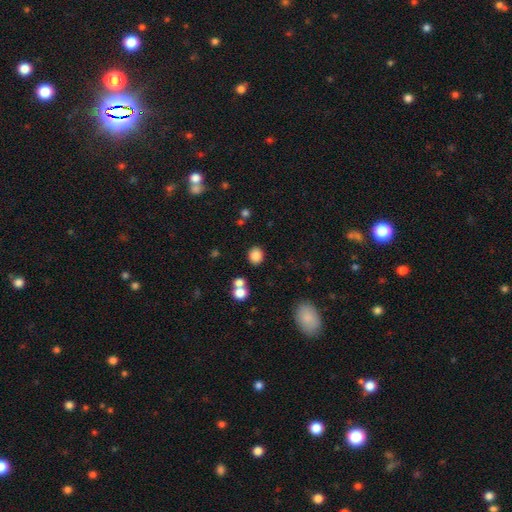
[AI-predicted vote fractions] Q: Smooth or featured?
A: smooth (84%); runner-up: star or artifact (11%)
Q: How rounded?
A: round (69%); runner-up: in between (30%)
Q: Merging?
A: none (81%); runner-up: minor disturbance (8%)